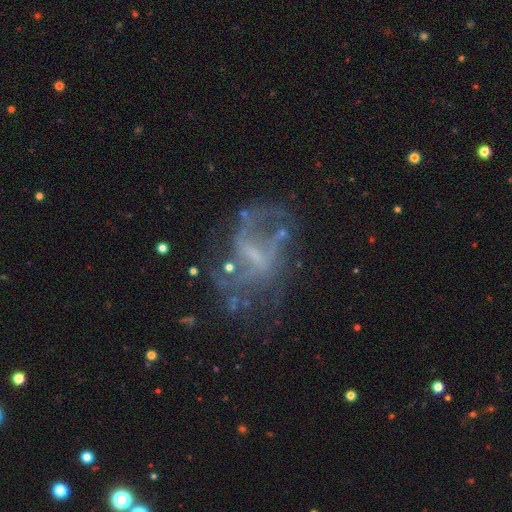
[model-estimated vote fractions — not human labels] Smooth or featured?
  - featured or disk: 74% *
  - star or artifact: 14%
  - smooth: 12%
Edge-on disk?
  - no: 97% *
  - yes: 3%
Bar?
  - weak: 47% *
  - no: 32%
  - strong: 21%
Spiral arms?
  - yes: 61% *
  - no: 39%
Bulge size?
  - small: 41% *
  - none: 39%
  - moderate: 17%
  - large: 2%
  - dominant: 1%
Merging?
  - none: 46% *
  - major disturbance: 31%
  - minor disturbance: 18%
  - merger: 6%